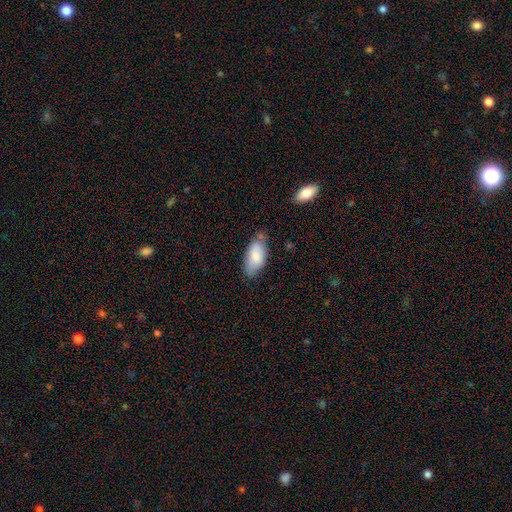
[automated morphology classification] smooth_or_featured: smooth (p=0.83) [alt: featured or disk p=0.11]
how_rounded: in between (p=0.92) [alt: cigar-shaped p=0.05]
merging: none (p=0.61) [alt: minor disturbance p=0.28]